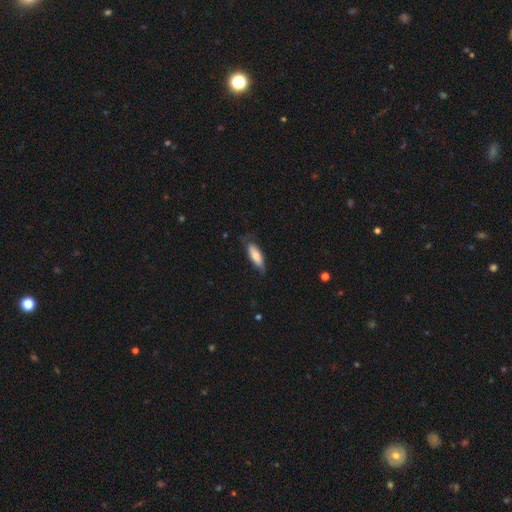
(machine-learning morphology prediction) Q: Smooth or featured?
A: smooth (69%); runner-up: featured or disk (25%)
Q: How rounded?
A: in between (61%); runner-up: cigar-shaped (37%)
Q: Merging?
A: none (65%); runner-up: minor disturbance (26%)